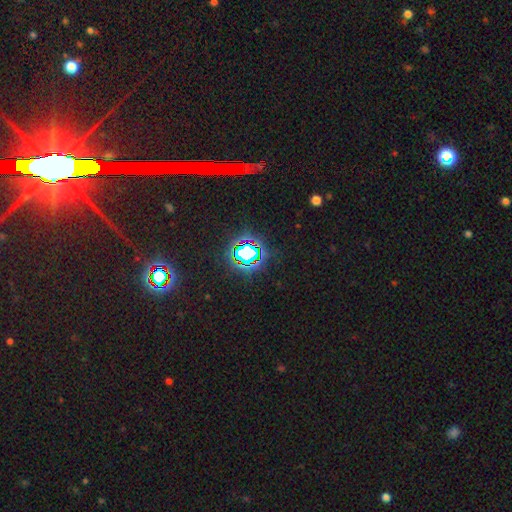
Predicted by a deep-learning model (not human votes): The model was most divided on "smooth or featured": star or artifact: 82%, smooth: 10%, featured or disk: 9%.